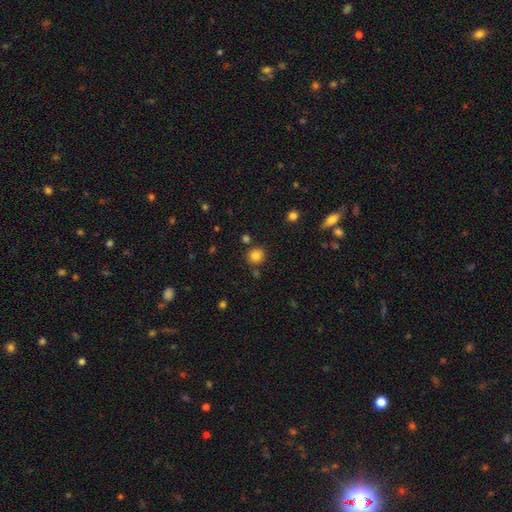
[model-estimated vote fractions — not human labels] A smooth galaxy with no disk features (83%) that is round (89%).

Vote fractions:
- Smooth or featured? smooth: 83% / star or artifact: 12% / featured or disk: 5%
- How rounded? round: 89% / in between: 10% / cigar-shaped: 1%
- Merging? none: 84% / minor disturbance: 8% / merger: 5% / major disturbance: 3%